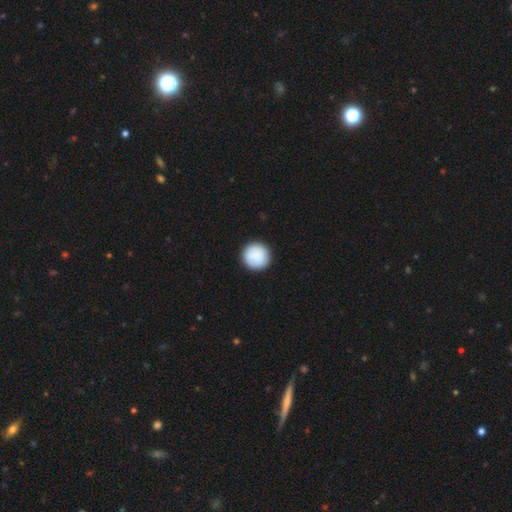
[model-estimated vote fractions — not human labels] Smooth or featured?
  - smooth: 89% *
  - star or artifact: 6%
  - featured or disk: 5%
How rounded?
  - round: 96% *
  - in between: 3%
  - cigar-shaped: 1%
Merging?
  - none: 92% *
  - minor disturbance: 5%
  - major disturbance: 2%
  - merger: 1%